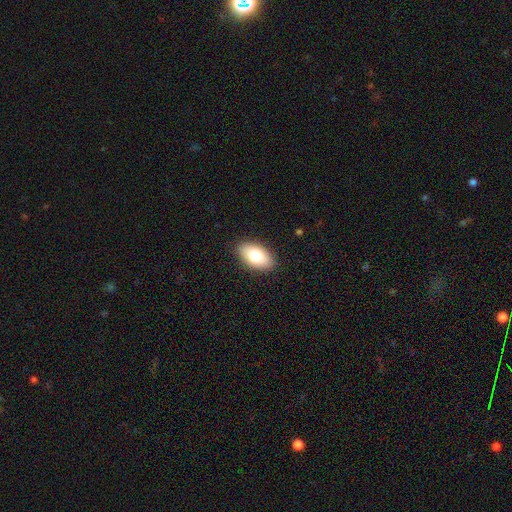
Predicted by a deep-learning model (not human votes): Smooth or featured? Predicted: smooth (p=0.79). How rounded? Predicted: in between (p=0.94). Merging? Predicted: none (p=0.88).